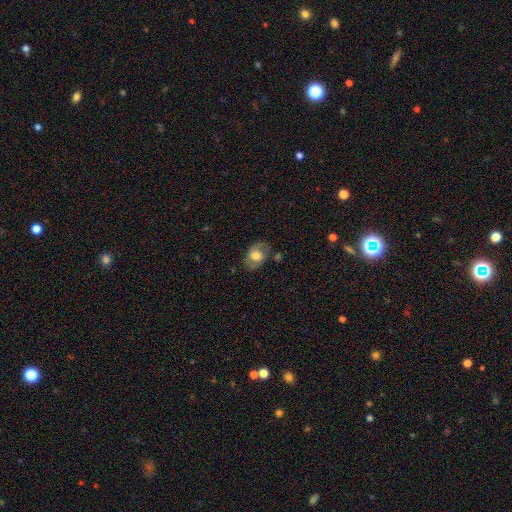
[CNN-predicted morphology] A smooth galaxy with no disk features (55%) that is in between round and cigar-shaped (79%).

Vote fractions:
- Smooth or featured? smooth: 55% / featured or disk: 37% / star or artifact: 8%
- How rounded? in between: 79% / round: 20% / cigar-shaped: 1%
- Merging? none: 65% / minor disturbance: 22% / major disturbance: 9% / merger: 4%